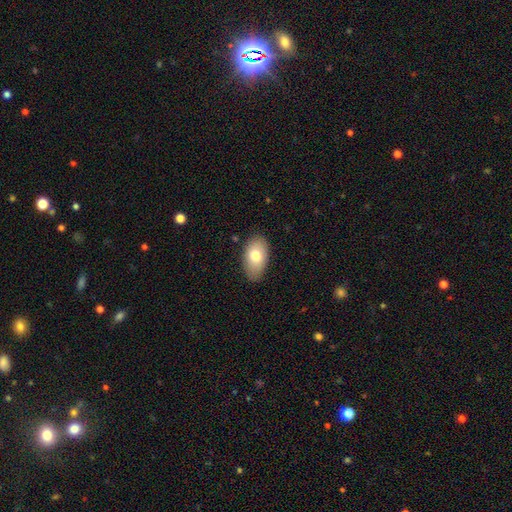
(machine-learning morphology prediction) smooth-or-featured: smooth: 75% | featured or disk: 18% | star or artifact: 7%
  how-rounded: in between: 92% | round: 6% | cigar-shaped: 2%
  merging: none: 82% | minor disturbance: 14% | major disturbance: 3% | merger: 1%